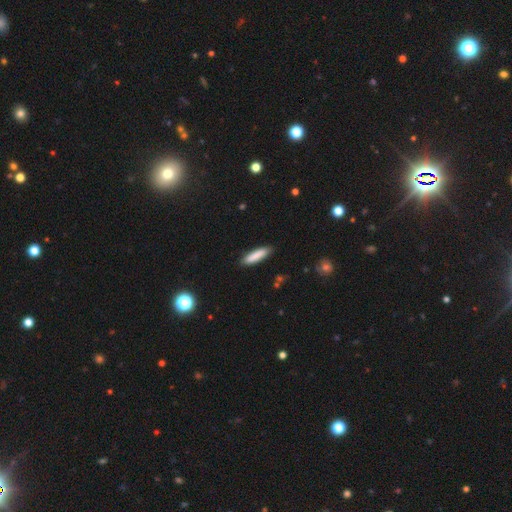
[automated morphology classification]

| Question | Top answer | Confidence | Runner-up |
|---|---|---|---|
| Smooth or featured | smooth | 85% | featured or disk (9%) |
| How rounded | cigar-shaped | 78% | in between (21%) |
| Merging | none | 87% | minor disturbance (10%) |